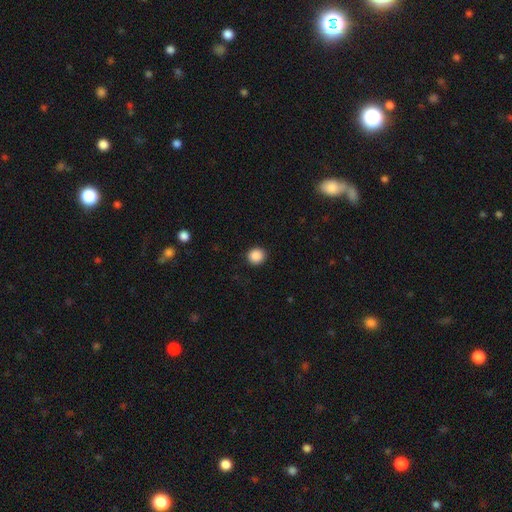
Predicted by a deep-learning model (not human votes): Smooth or featured? smooth (89%)
How rounded? round (93%)
Merging? none (92%)